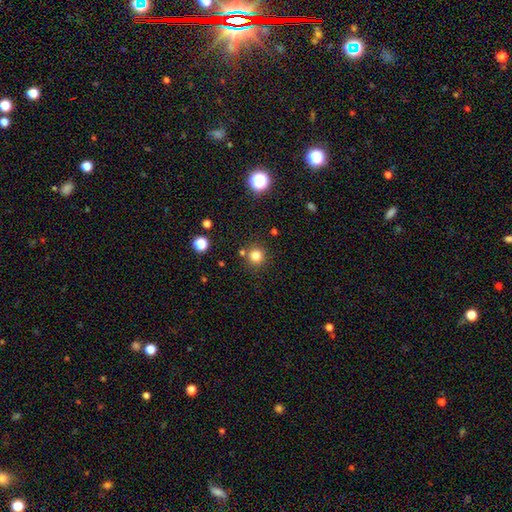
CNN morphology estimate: This is likely a smooth galaxy (80%). How rounded: clearly round (93%). Merging: clearly none (82%).